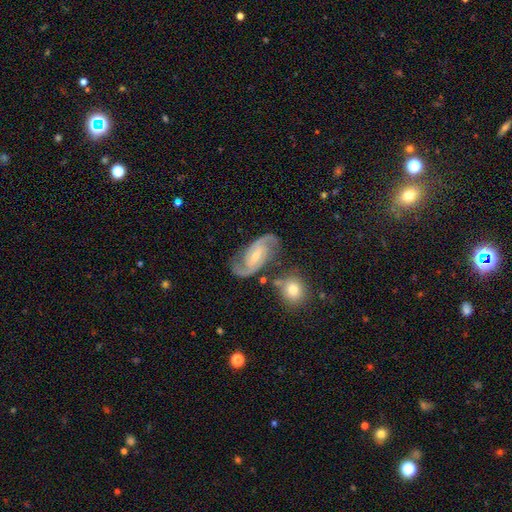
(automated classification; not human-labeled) This appears to be a featured or disk galaxy (90%) with a weak bar (48%), 2 (92%) medium (54%) spiral arms (98%) and a small central bulge (55%). Merging: none (77%).